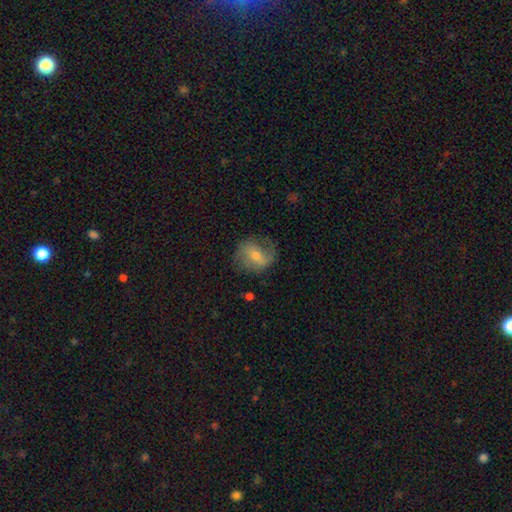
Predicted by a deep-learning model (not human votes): Smooth or featured?
  - featured or disk: 57% *
  - smooth: 35%
  - star or artifact: 9%
Edge-on disk?
  - no: 96% *
  - yes: 4%
Bar?
  - weak: 46% *
  - no: 31%
  - strong: 23%
Spiral arms?
  - yes: 82% *
  - no: 18%
Bulge size?
  - moderate: 47% *
  - small: 46%
  - large: 3%
  - none: 3%
  - dominant: 1%
Merging?
  - none: 66% *
  - minor disturbance: 21%
  - major disturbance: 11%
  - merger: 1%